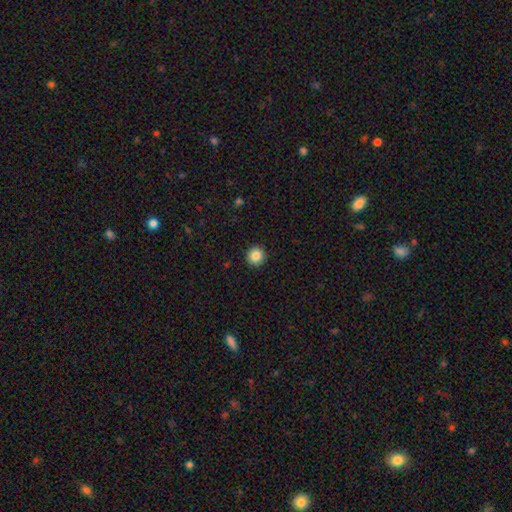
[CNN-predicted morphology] Overall: smooth (85%). How rounded: round (95%). Merging: none (93%).